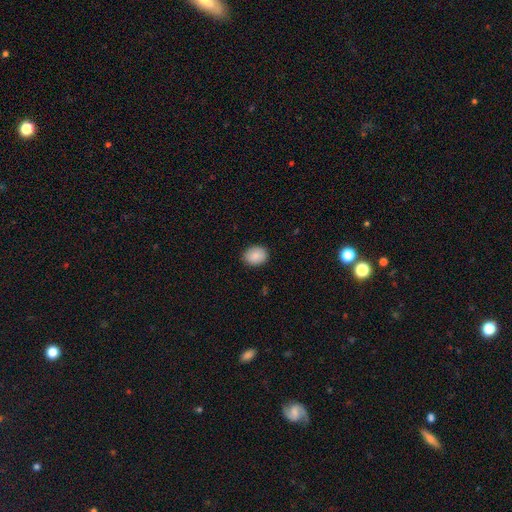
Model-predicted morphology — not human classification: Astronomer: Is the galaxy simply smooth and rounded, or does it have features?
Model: smooth — 87%.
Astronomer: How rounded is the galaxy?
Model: round — 53% (runner-up: in between, 46%).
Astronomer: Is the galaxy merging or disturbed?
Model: none — 88%.